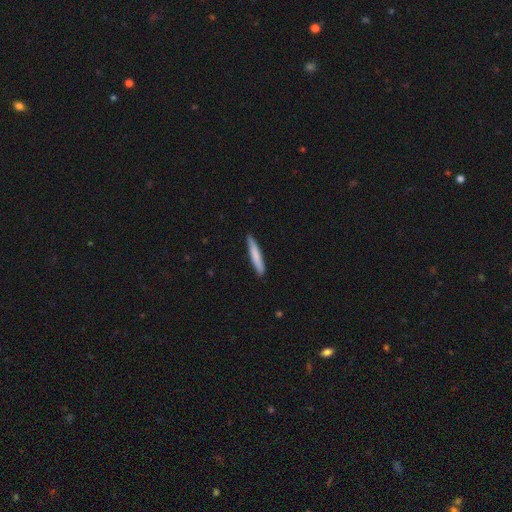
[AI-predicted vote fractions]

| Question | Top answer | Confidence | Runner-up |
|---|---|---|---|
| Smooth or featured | smooth | 77% | featured or disk (18%) |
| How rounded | cigar-shaped | 94% | in between (5%) |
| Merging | none | 89% | minor disturbance (9%) |